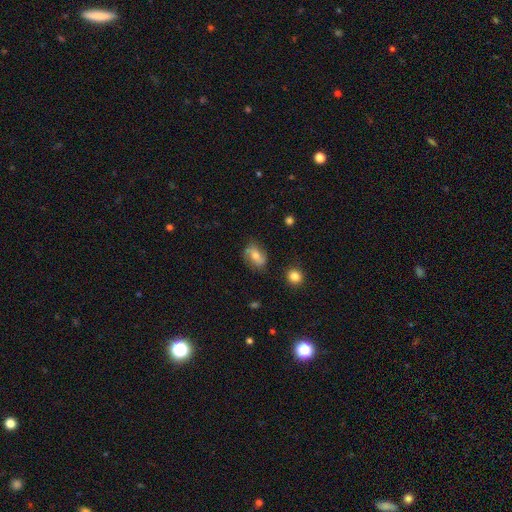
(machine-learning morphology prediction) smooth 46%, featured or disk 45%, star or artifact 9%. Down the decision tree: merging — none (75%).